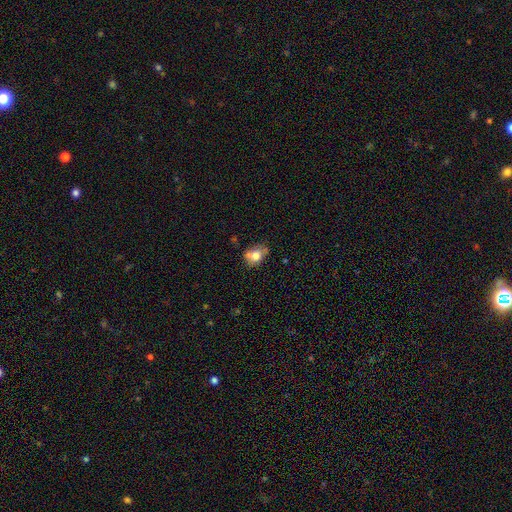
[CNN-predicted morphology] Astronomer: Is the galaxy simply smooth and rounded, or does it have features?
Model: smooth — 71%.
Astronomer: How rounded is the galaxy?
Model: in between — 60% (runner-up: round, 39%).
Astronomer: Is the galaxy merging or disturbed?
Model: none — 52%.